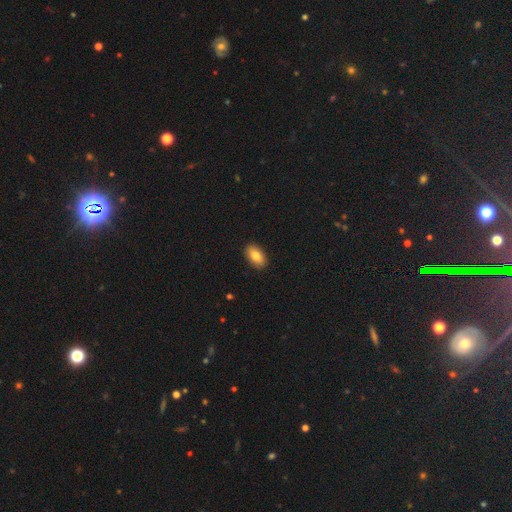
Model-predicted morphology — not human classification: The model was most divided on "smooth or featured": smooth: 82%, featured or disk: 11%, star or artifact: 7%. More confident: how rounded — in between (93%); merging — none (90%).